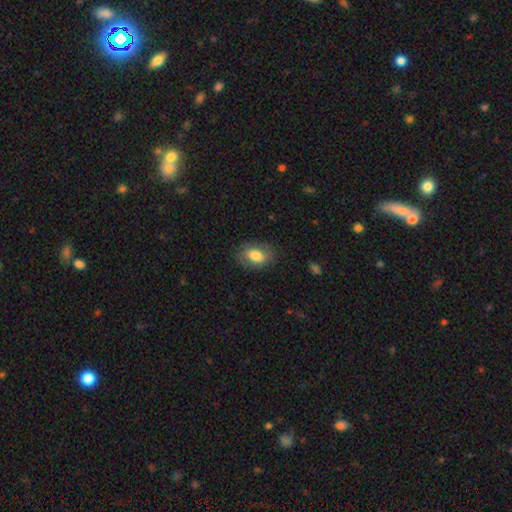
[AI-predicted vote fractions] Morphology: type=smooth (78%); roundness=in between (85%); merging=none (80%).